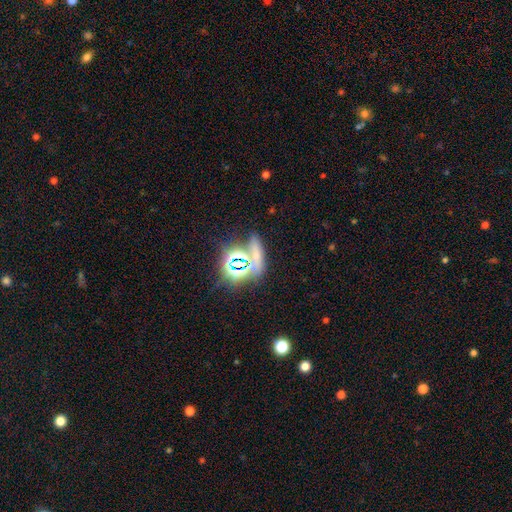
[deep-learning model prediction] smooth-or-featured: star or artifact: 46% | smooth: 41% | featured or disk: 13%